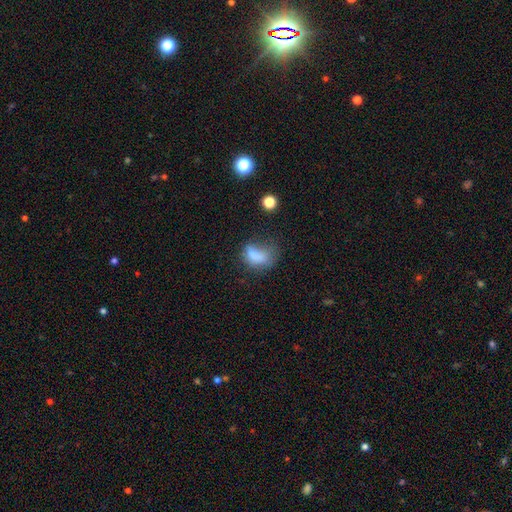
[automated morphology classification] Smooth or featured: smooth — 71% (featured or disk — 16%)
How rounded: in between — 80% (round — 16%)
Merging: major disturbance — 37% (none — 28%)